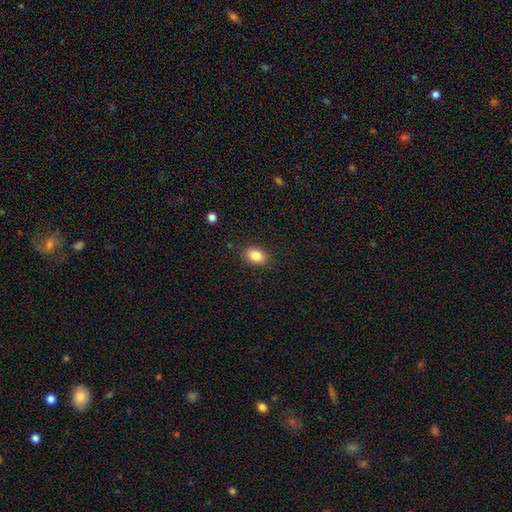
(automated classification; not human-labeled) smooth 85%, star or artifact 9%, featured or disk 6%. Down the decision tree: how rounded — in between (79%); merging — none (87%).